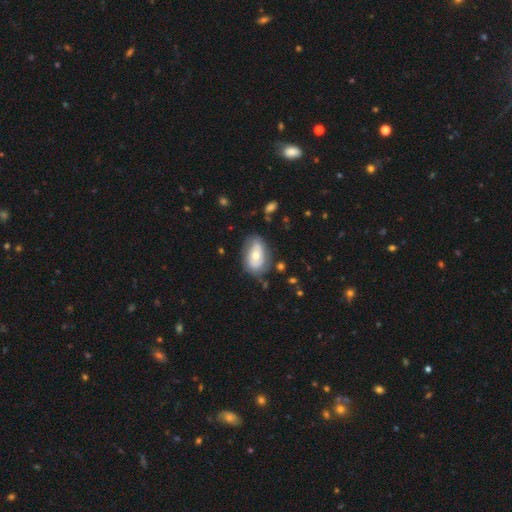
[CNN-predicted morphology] smooth 52%, featured or disk 41%, star or artifact 7%. Down the decision tree: how rounded — in between (89%); merging — none (65%).